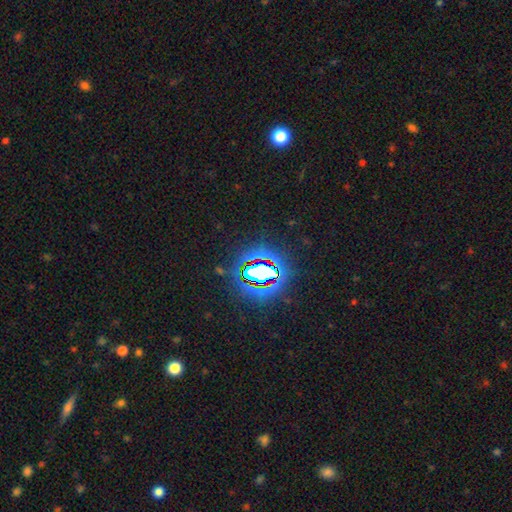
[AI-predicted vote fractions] Smooth or featured? Predicted: star or artifact (p=0.84).